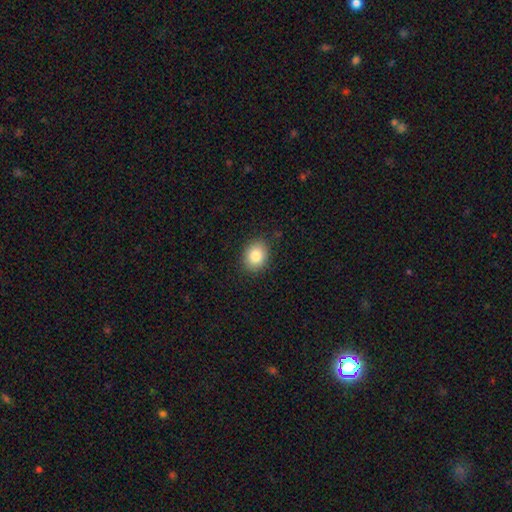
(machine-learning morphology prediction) smooth_or_featured: smooth (p=0.84) [alt: star or artifact p=0.09]
how_rounded: round (p=0.59) [alt: in between p=0.40]
merging: none (p=0.87) [alt: minor disturbance p=0.09]